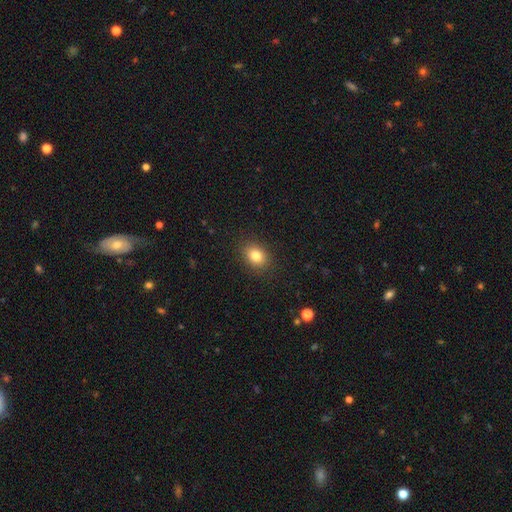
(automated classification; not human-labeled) A smooth galaxy with no disk features (83%) that is in between round and cigar-shaped (65%).

Vote fractions:
- Smooth or featured? smooth: 83% / star or artifact: 10% / featured or disk: 7%
- How rounded? in between: 65% / round: 34% / cigar-shaped: 1%
- Merging? none: 88% / minor disturbance: 9% / major disturbance: 3% / merger: 1%